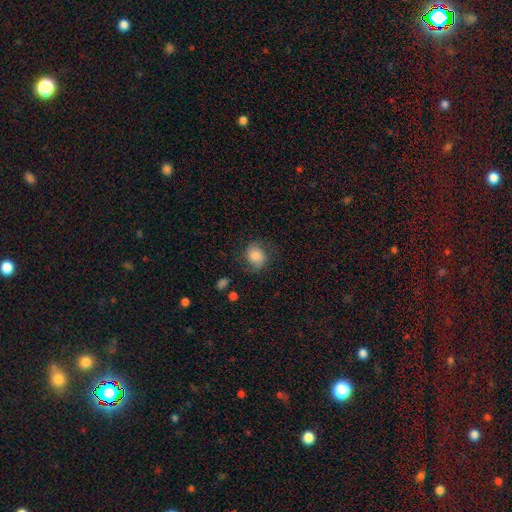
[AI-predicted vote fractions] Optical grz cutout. It shows a smooth galaxy with no disk features (73%) that is round (63%). Merging: none (67%).